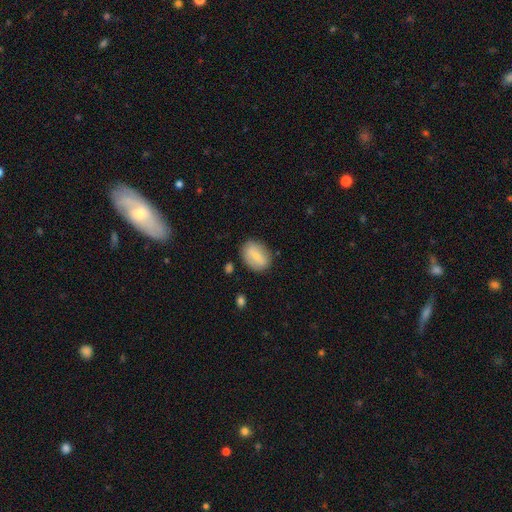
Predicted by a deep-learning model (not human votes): Smooth or featured? Predicted: smooth (p=0.64). How rounded? Predicted: in between (p=0.72). Merging? Predicted: none (p=0.79).